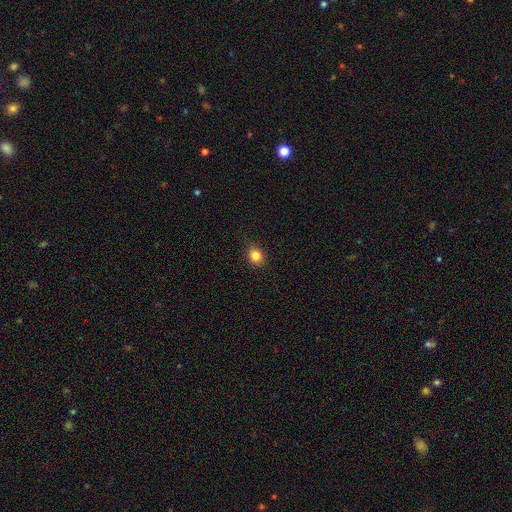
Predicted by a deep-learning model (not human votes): The model was most divided on "how rounded": round: 76%, in between: 23%, cigar-shaped: 1%. More confident: merging — none (84%); smooth or featured — smooth (83%).